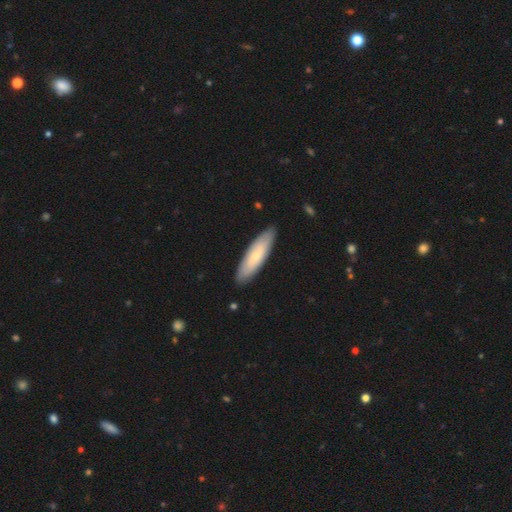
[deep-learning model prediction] A smooth galaxy with no disk features (69%) that is cigar-shaped (62%). Merging: none (88%).